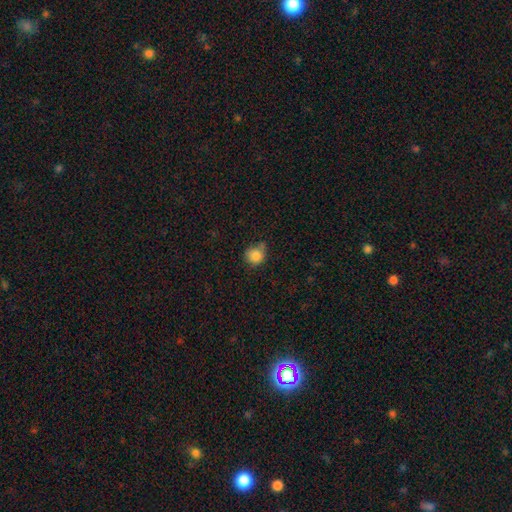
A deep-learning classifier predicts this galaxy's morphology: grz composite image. It shows a smooth galaxy with no disk features (84%) that is round (86%). Merging: none (61%).